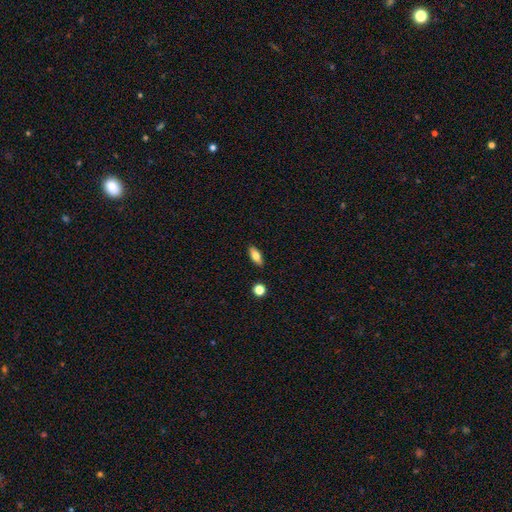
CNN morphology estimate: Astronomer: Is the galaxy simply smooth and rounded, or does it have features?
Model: smooth — 73%.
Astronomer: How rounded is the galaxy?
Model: in between — 81%.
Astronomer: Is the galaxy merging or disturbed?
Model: none — 88%.